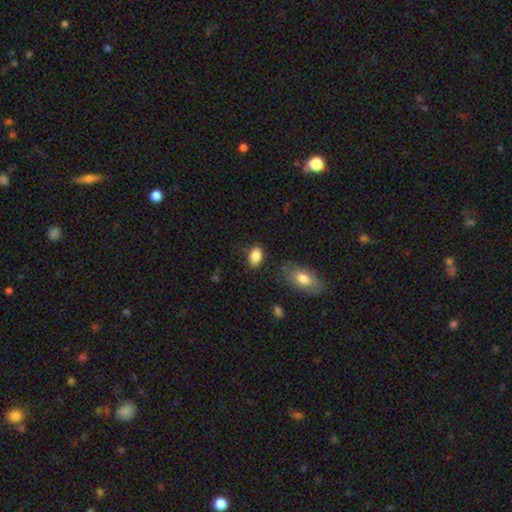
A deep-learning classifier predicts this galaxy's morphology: Smooth or featured? smooth (86%)
How rounded? in between (88%)
Merging? none (75%)